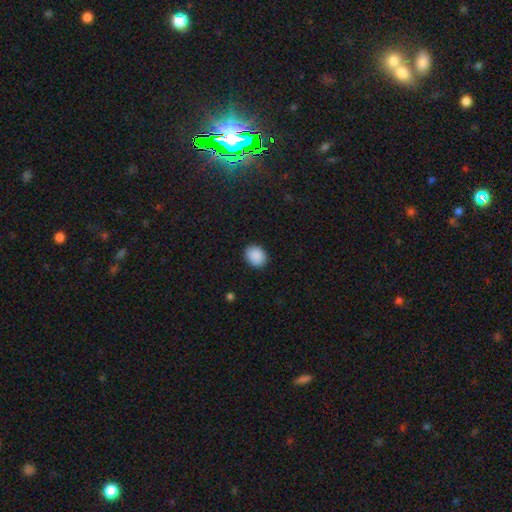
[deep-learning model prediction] A smooth galaxy with no disk features (90%) that is in between round and cigar-shaped (50%). Merging: none (89%).